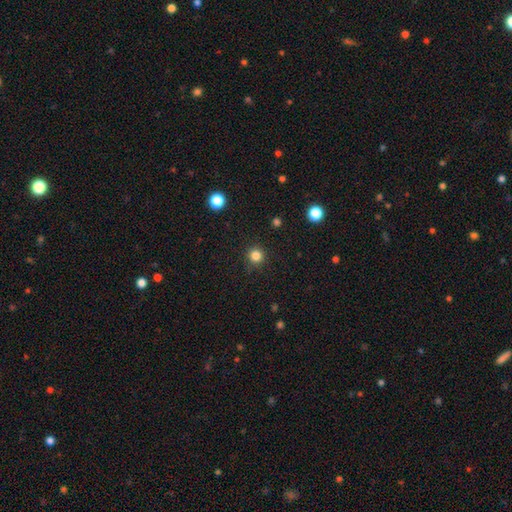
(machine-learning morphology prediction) Smooth or featured: smooth — 82% (star or artifact — 14%)
How rounded: round — 95% (in between — 4%)
Merging: none — 90% (minor disturbance — 6%)